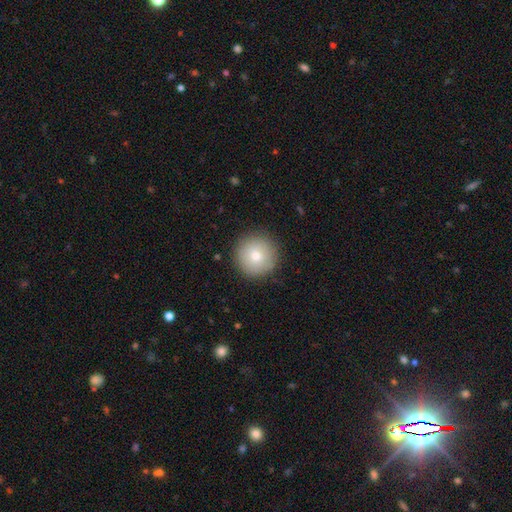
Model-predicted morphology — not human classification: This appears to be a smooth galaxy with no disk features (78%) that is round (96%). Merging: none (91%).